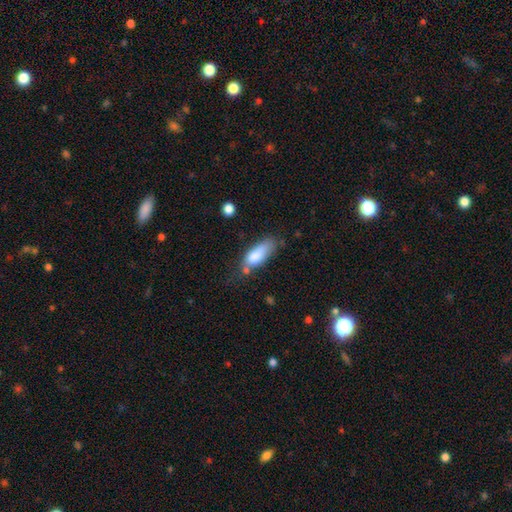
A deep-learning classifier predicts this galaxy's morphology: smooth_or_featured: smooth (p=0.78) [alt: featured or disk p=0.15]
how_rounded: in between (p=0.69) [alt: cigar-shaped p=0.28]
merging: none (p=0.45) [alt: minor disturbance p=0.31]